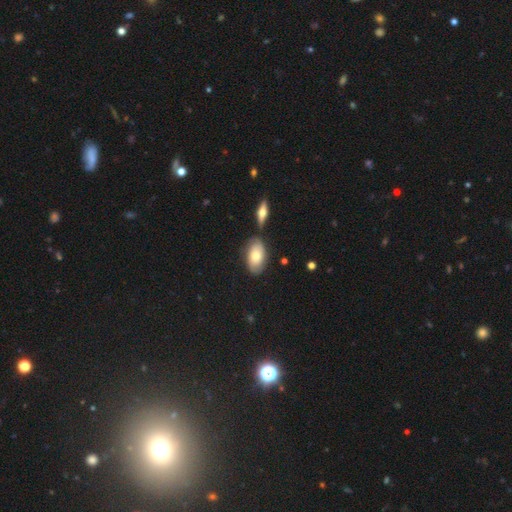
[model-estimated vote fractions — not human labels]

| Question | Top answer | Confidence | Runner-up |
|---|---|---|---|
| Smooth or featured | smooth | 59% | featured or disk (34%) |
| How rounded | in between | 92% | round (5%) |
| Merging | none | 71% | minor disturbance (15%) |